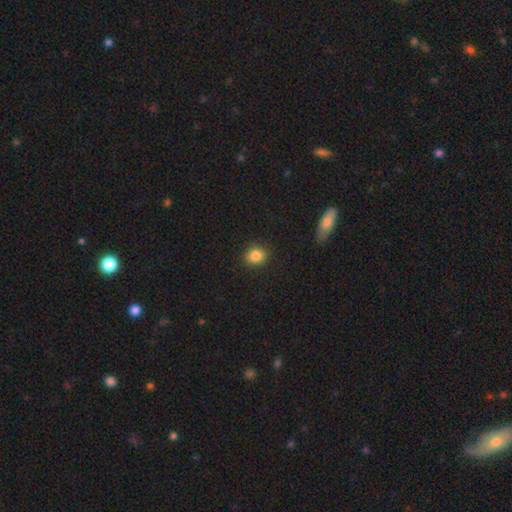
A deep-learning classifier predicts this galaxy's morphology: A smooth galaxy with no disk features (85%) that is round (61%).

Vote fractions:
- Smooth or featured? smooth: 85% / star or artifact: 10% / featured or disk: 4%
- How rounded? round: 61% / in between: 37% / cigar-shaped: 1%
- Merging? none: 86% / minor disturbance: 10% / major disturbance: 3% / merger: 1%